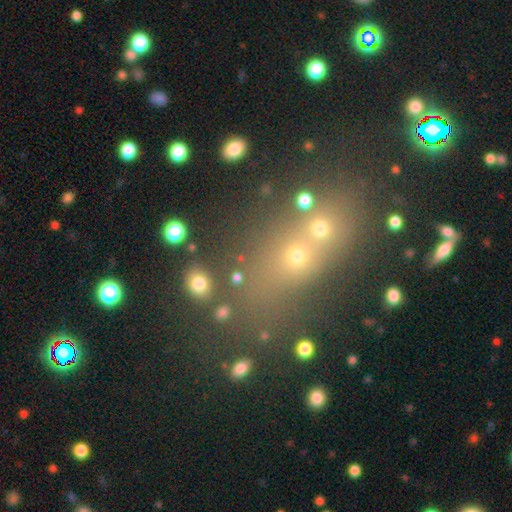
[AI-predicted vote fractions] Morphology: type=star or artifact (43%).